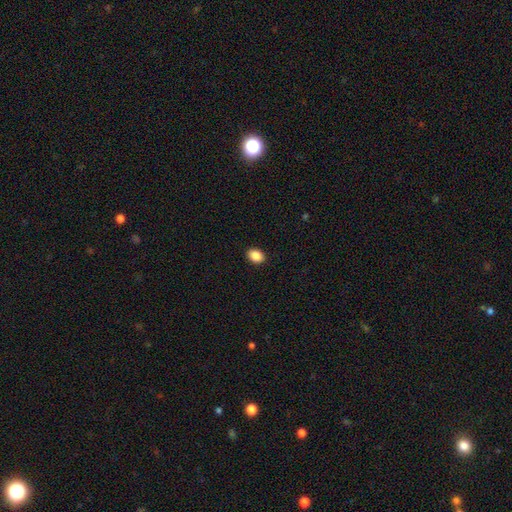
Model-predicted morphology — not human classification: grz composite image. It shows a smooth galaxy with no disk features (88%) that is in between round and cigar-shaped (69%). Merging: none (91%).